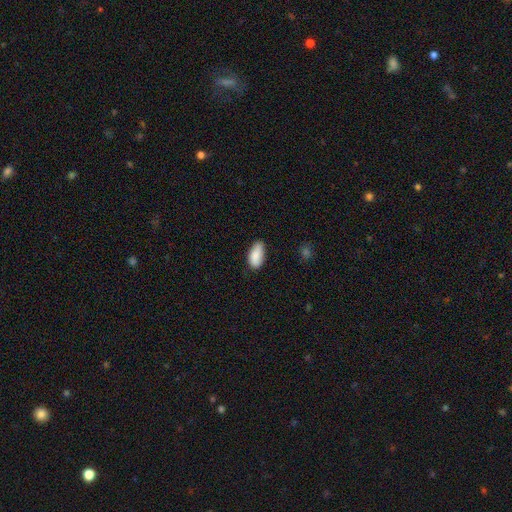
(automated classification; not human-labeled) A smooth galaxy with no disk features (87%) that is in between round and cigar-shaped (92%). Merging: none (71%).